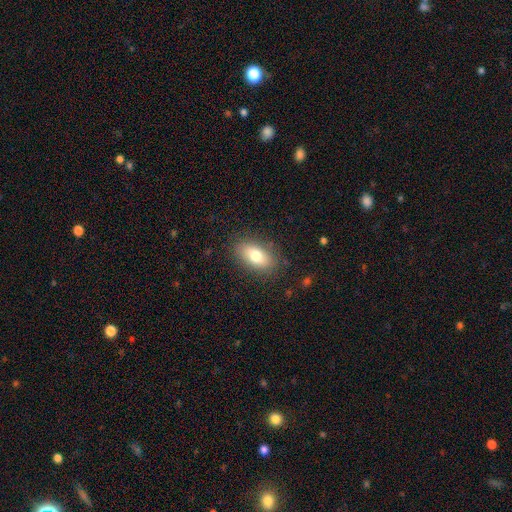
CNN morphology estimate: smooth_or_featured: smooth (p=0.76) [alt: featured or disk p=0.16]
how_rounded: in between (p=0.88) [alt: round p=0.06]
merging: none (p=0.84) [alt: minor disturbance p=0.11]